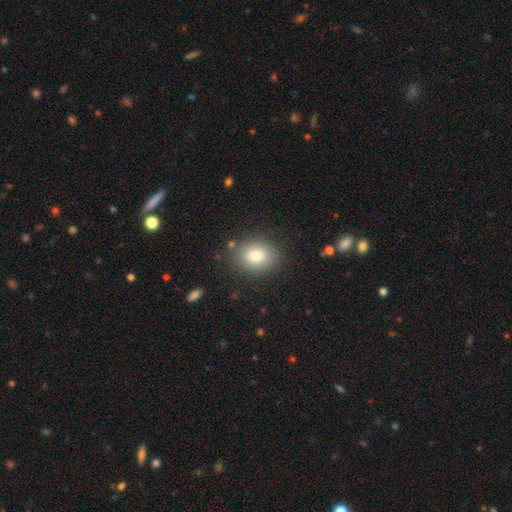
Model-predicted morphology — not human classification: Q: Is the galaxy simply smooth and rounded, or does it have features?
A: smooth — 81%.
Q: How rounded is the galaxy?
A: in between — 59%.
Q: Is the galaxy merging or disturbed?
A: none — 84%.